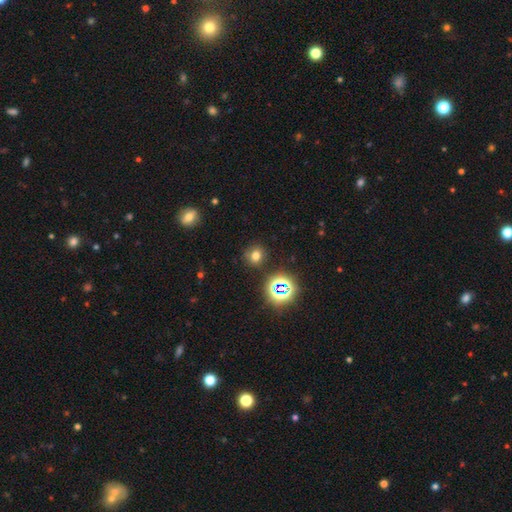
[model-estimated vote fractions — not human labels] This is likely a smooth galaxy (67%). How rounded: likely round (79%). Merging: clearly none (84%).